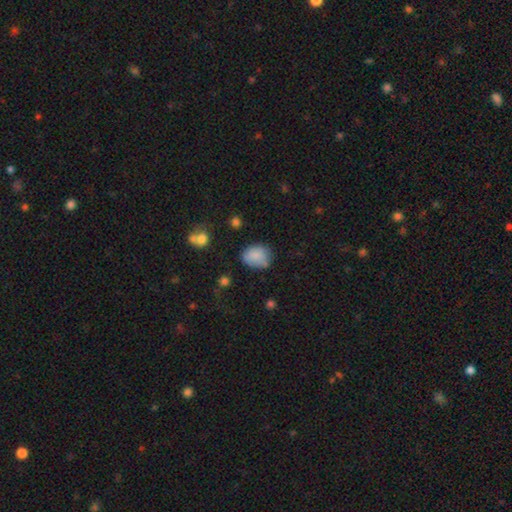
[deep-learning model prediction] This is clearly a smooth galaxy (83%). How rounded: possibly in between (51%). Merging: likely none (64%).